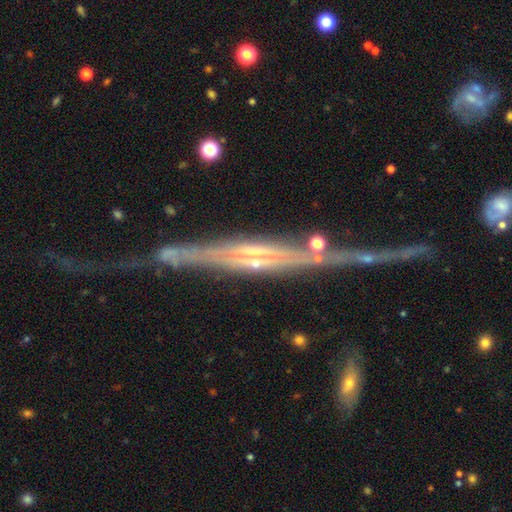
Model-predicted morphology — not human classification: Smooth or featured?
  - featured or disk: 86% *
  - smooth: 7%
  - star or artifact: 7%
Edge-on disk?
  - yes: 89% *
  - no: 11%
Edge-on bulge?
  - rounded: 47% *
  - none: 28%
  - boxy: 25%
Merging?
  - none: 53% *
  - minor disturbance: 24%
  - major disturbance: 16%
  - merger: 7%